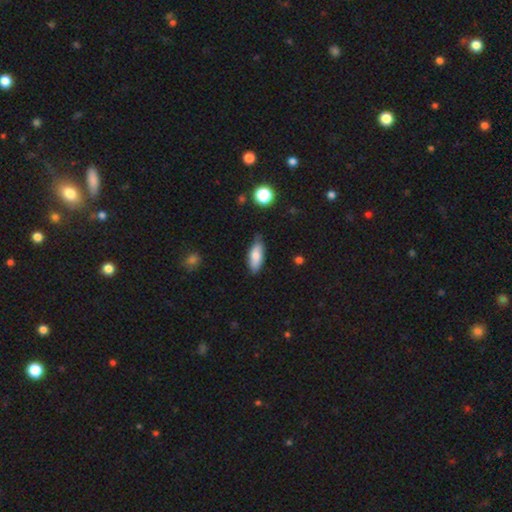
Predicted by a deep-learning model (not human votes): This is likely a smooth galaxy (79%). How rounded: likely in between (73%). Merging: likely none (71%).